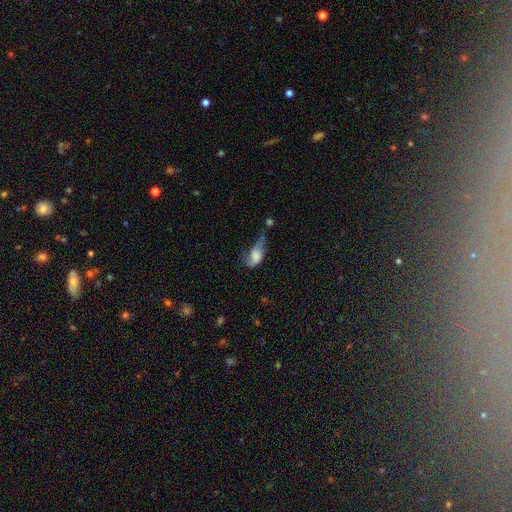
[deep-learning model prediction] Smooth or featured: smooth — 58% (featured or disk — 33%)
How rounded: in between — 85% (round — 10%)
Merging: major disturbance — 39% (minor disturbance — 30%)